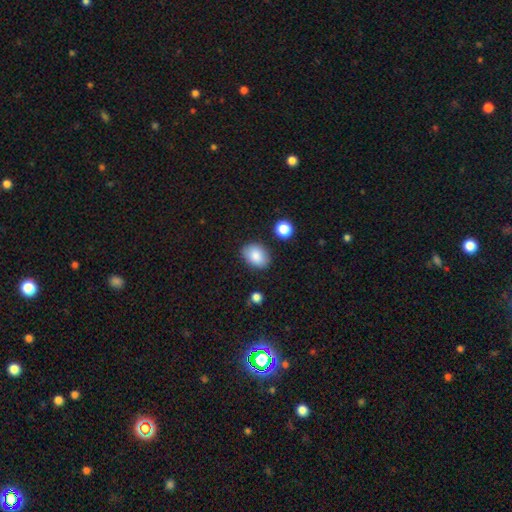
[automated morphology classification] smooth-or-featured: smooth: 86% | star or artifact: 8% | featured or disk: 7%
  how-rounded: in between: 72% | round: 27% | cigar-shaped: 1%
  merging: none: 83% | minor disturbance: 11% | major disturbance: 3% | merger: 3%